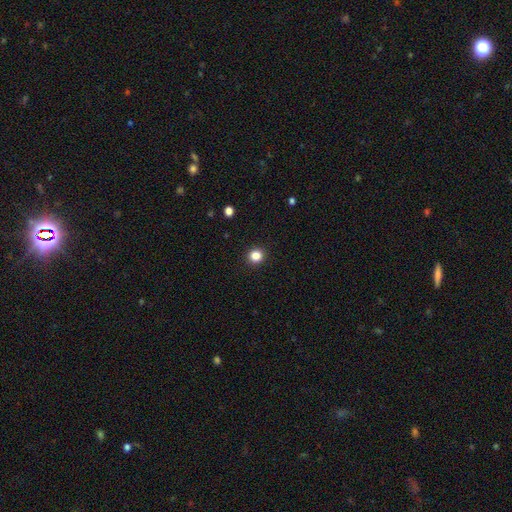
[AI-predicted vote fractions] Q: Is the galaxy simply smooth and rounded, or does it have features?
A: smooth — 84%.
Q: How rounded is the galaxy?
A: round — 91%.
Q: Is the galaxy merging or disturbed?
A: none — 93%.